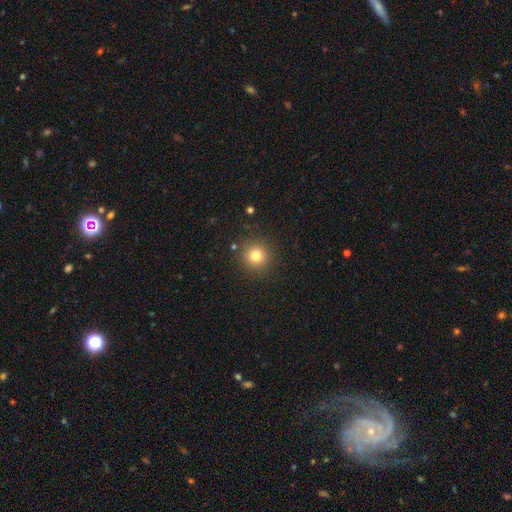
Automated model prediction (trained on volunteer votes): Smooth or featured? Predicted: smooth (p=0.78). How rounded? Predicted: round (p=0.94). Merging? Predicted: none (p=0.89).